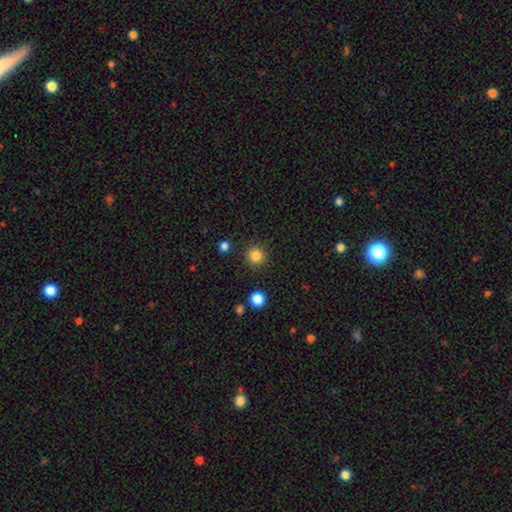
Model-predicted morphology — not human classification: Smooth or featured? Predicted: smooth (p=0.84). How rounded? Predicted: round (p=0.95). Merging? Predicted: none (p=0.91).